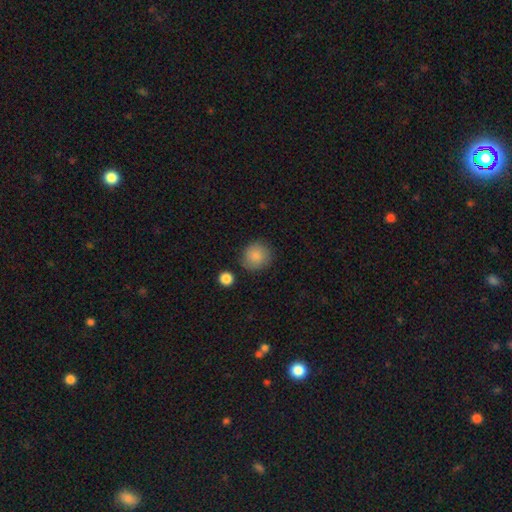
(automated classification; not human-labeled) smooth 87%, star or artifact 8%, featured or disk 6%. Down the decision tree: how rounded — round (91%); merging — none (83%).